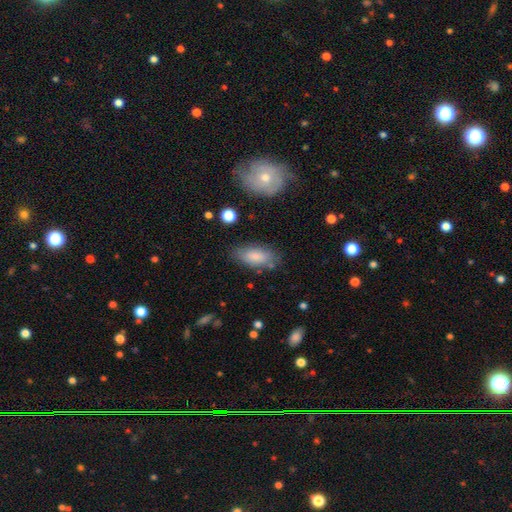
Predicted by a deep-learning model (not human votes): Overall: smooth (81%). How rounded: in between (87%). Merging: none (76%).